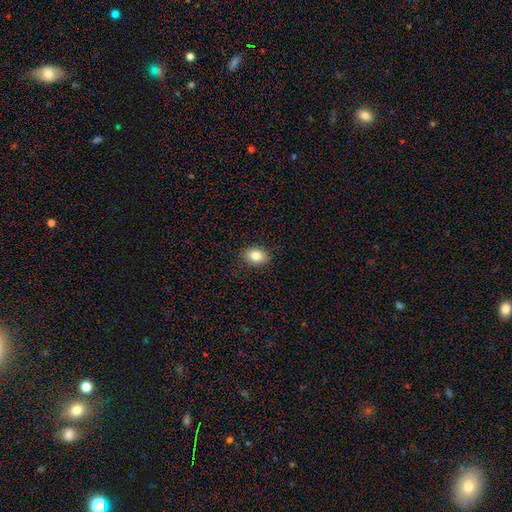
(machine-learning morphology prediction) This is clearly a smooth galaxy (84%). How rounded: likely in between (74%). Merging: clearly none (87%).